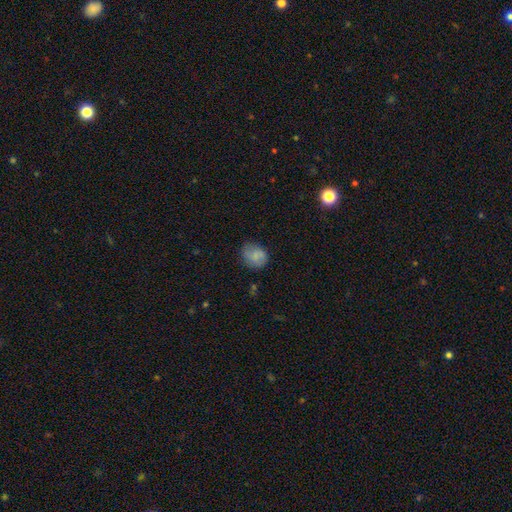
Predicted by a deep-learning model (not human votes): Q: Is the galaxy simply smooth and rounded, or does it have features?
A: smooth — 71%.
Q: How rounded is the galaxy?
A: round — 62%.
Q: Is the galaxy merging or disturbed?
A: none — 70%.